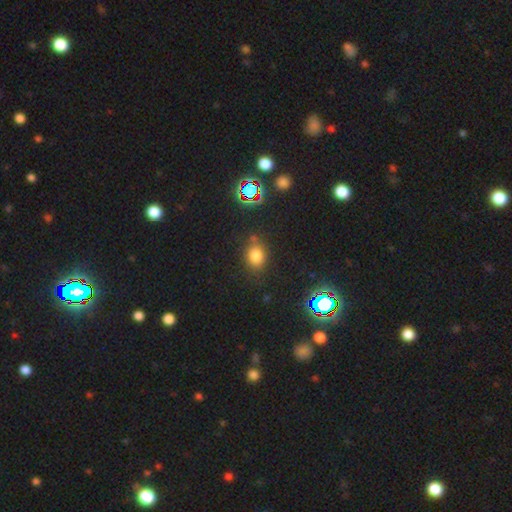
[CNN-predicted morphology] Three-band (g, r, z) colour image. It shows a smooth galaxy with no disk features (70%) that is in between round and cigar-shaped (50%). Merging: none (76%).